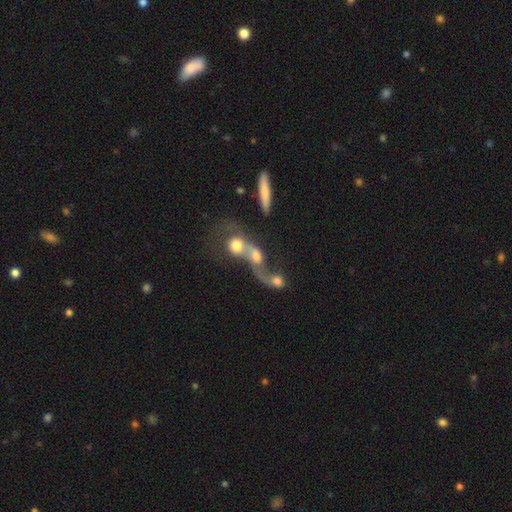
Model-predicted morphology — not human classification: This is possibly a smooth galaxy (48%). Merging: likely merger (78%).